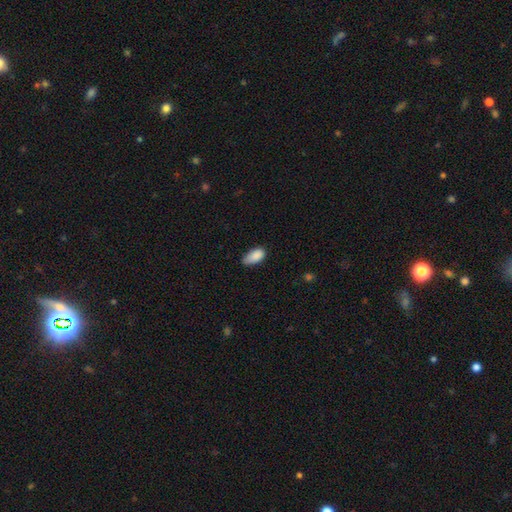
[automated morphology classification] This is clearly a smooth galaxy (88%). How rounded: clearly in between (93%). Merging: possibly none (59%).